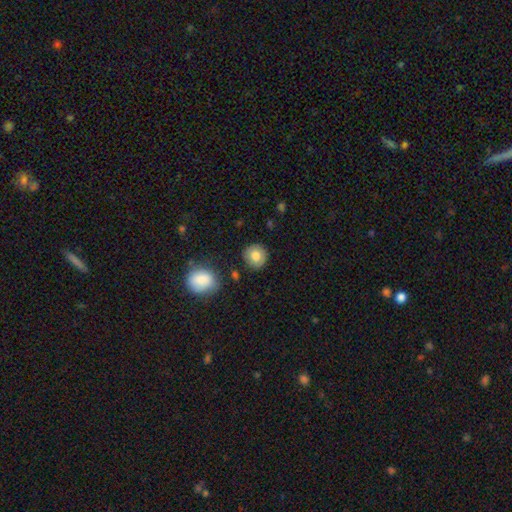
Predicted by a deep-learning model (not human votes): Smooth or featured? Predicted: smooth (p=0.81). How rounded? Predicted: round (p=0.90). Merging? Predicted: none (p=0.86).